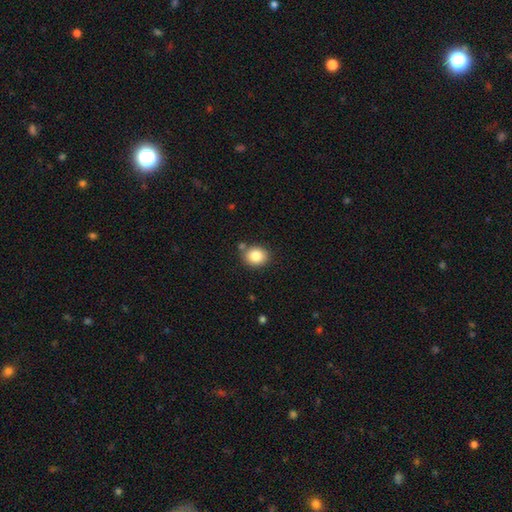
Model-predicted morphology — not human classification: Q: Smooth or featured?
A: smooth (83%); runner-up: star or artifact (9%)
Q: How rounded?
A: round (65%); runner-up: in between (34%)
Q: Merging?
A: none (78%); runner-up: minor disturbance (11%)